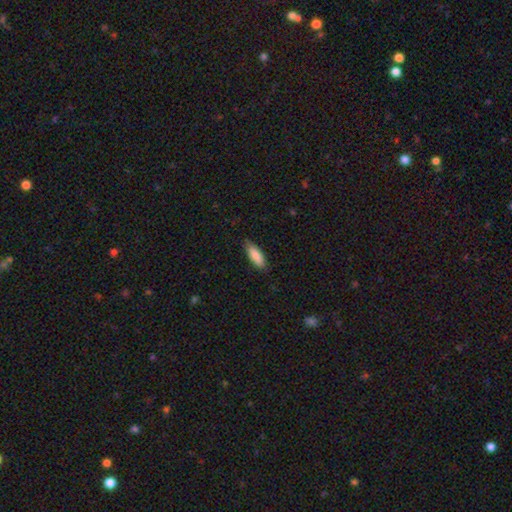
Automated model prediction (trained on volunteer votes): Smooth or featured: smooth — 85% (featured or disk — 9%)
How rounded: in between — 63% (cigar-shaped — 35%)
Merging: none — 81% (minor disturbance — 15%)